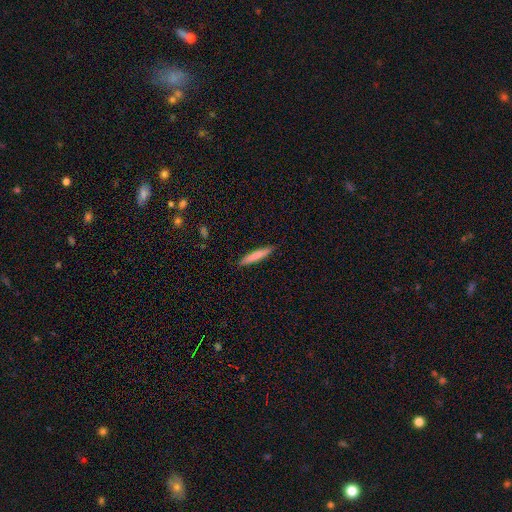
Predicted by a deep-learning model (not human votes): Smooth or featured? smooth (78%)
How rounded? cigar-shaped (93%)
Merging? none (90%)